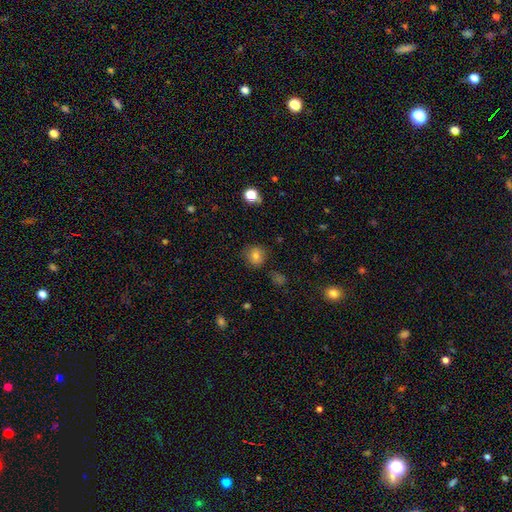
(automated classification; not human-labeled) Morphology: type=smooth (79%); roundness=round (83%); merging=none (83%).